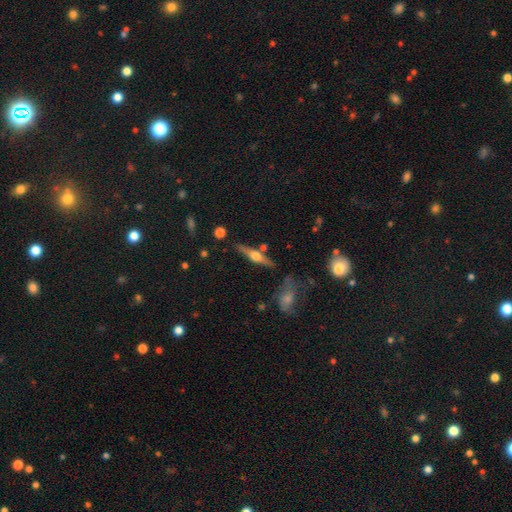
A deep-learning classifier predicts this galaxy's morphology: Smooth or featured? Predicted: featured or disk (p=0.69). Edge-on disk? Predicted: yes (p=0.96). Edge-on bulge? Predicted: rounded (p=0.93). Merging? Predicted: none (p=0.78).